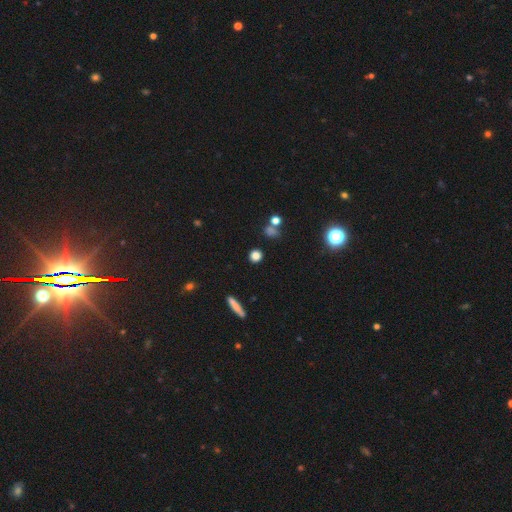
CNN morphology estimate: A smooth galaxy with no disk features (78%) that is round (83%).

Vote fractions:
- Smooth or featured? smooth: 78% / star or artifact: 15% / featured or disk: 6%
- How rounded? round: 83% / in between: 14% / cigar-shaped: 4%
- Merging? none: 82% / minor disturbance: 8% / merger: 6% / major disturbance: 3%